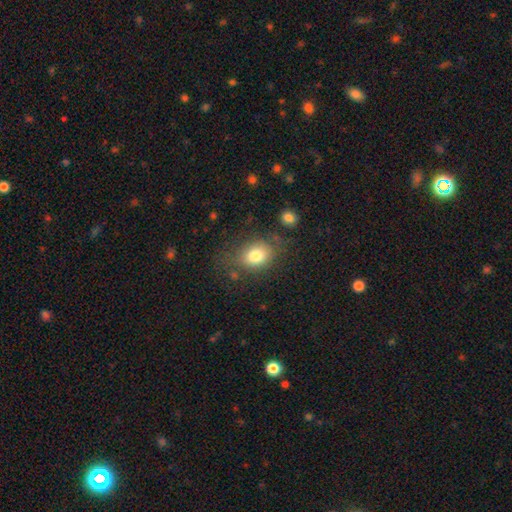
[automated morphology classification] Q: Smooth or featured?
A: smooth (80%); runner-up: featured or disk (11%)
Q: How rounded?
A: in between (63%); runner-up: round (36%)
Q: Merging?
A: none (67%); runner-up: minor disturbance (19%)